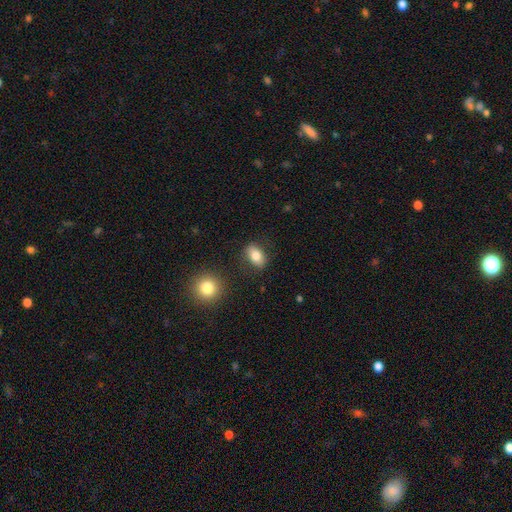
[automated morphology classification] A smooth galaxy with no disk features (80%) that is in between round and cigar-shaped (84%).

Vote fractions:
- Smooth or featured? smooth: 80% / featured or disk: 12% / star or artifact: 8%
- How rounded? in between: 84% / round: 13% / cigar-shaped: 3%
- Merging? none: 82% / minor disturbance: 11% / major disturbance: 3% / merger: 3%